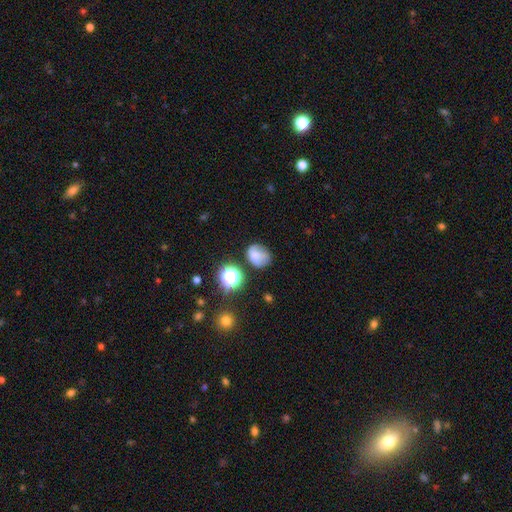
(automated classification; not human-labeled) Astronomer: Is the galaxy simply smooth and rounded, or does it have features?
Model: smooth — 67%.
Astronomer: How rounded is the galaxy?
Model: round — 51% (runner-up: in between, 48%).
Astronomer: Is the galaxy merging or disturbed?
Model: none — 52% (runner-up: minor disturbance, 29%).